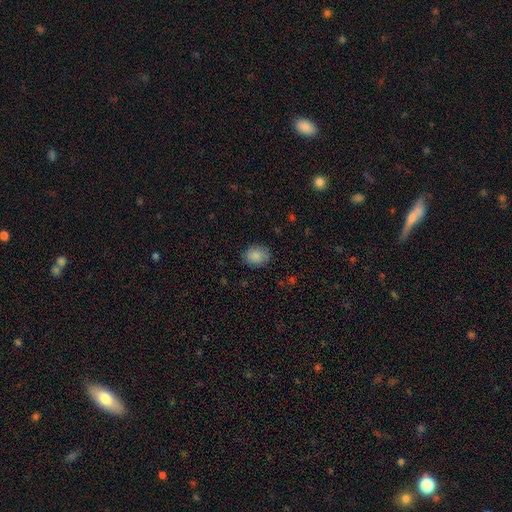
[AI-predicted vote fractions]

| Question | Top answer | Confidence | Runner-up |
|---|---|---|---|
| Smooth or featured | smooth | 88% | star or artifact (8%) |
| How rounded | in between | 57% | round (42%) |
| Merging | none | 84% | minor disturbance (12%) |